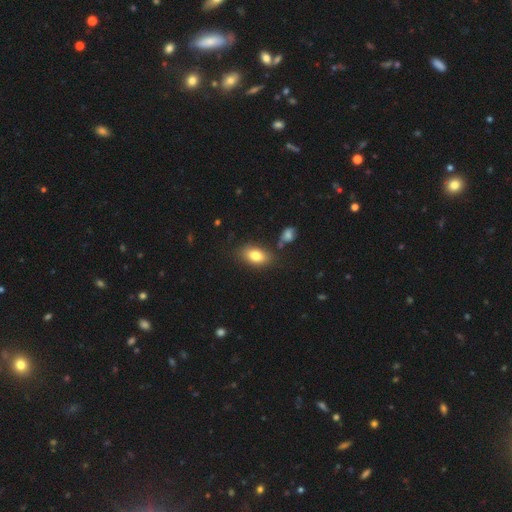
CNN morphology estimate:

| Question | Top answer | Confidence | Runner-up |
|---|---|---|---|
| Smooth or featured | smooth | 80% | featured or disk (12%) |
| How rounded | in between | 89% | round (8%) |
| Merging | none | 79% | minor disturbance (13%) |